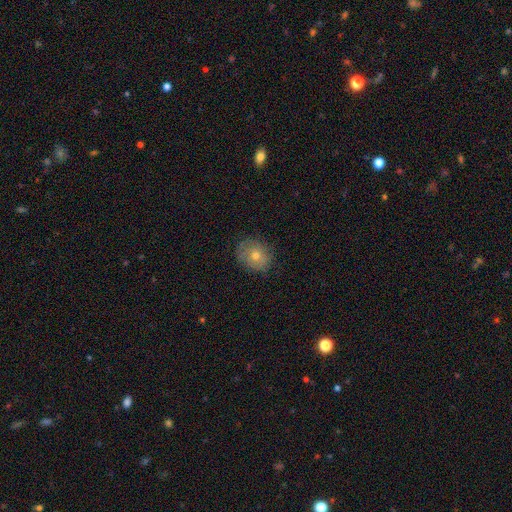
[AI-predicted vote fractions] Smooth or featured?
  - smooth: 52% *
  - featured or disk: 35%
  - star or artifact: 13%
How rounded?
  - round: 68% *
  - in between: 31%
  - cigar-shaped: 1%
Merging?
  - none: 78% *
  - minor disturbance: 16%
  - major disturbance: 5%
  - merger: 1%